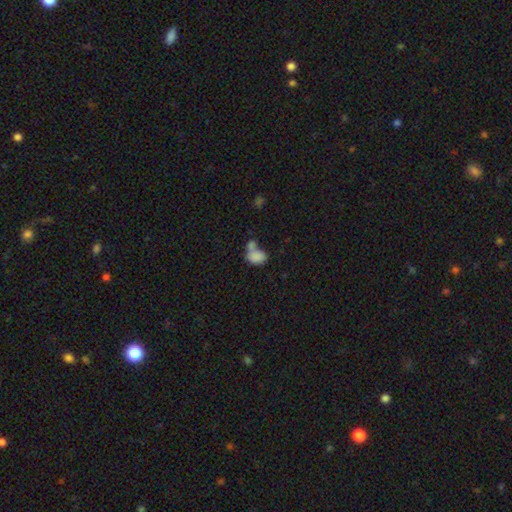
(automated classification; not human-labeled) Smooth or featured: smooth — 80% (featured or disk — 11%)
How rounded: in between — 79% (round — 19%)
Merging: merger — 54% (none — 24%)